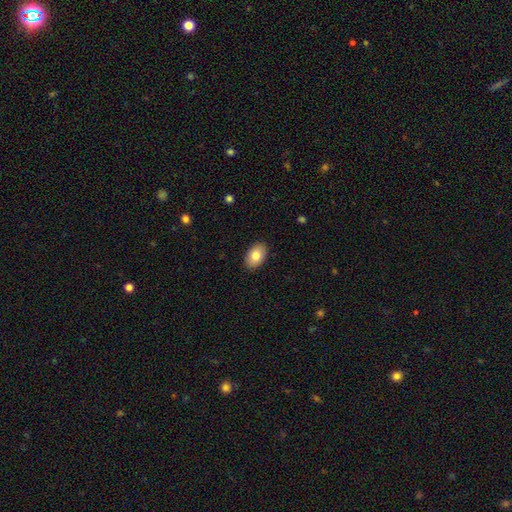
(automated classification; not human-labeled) The model was most divided on "smooth or featured": smooth: 82%, featured or disk: 11%, star or artifact: 7%. More confident: merging — none (89%); how rounded — in between (89%).